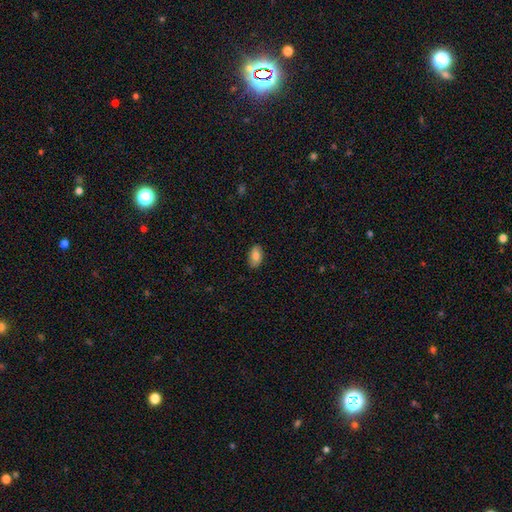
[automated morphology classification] Q: Smooth or featured?
A: smooth (82%); runner-up: featured or disk (11%)
Q: How rounded?
A: in between (93%); runner-up: round (4%)
Q: Merging?
A: none (86%); runner-up: minor disturbance (11%)